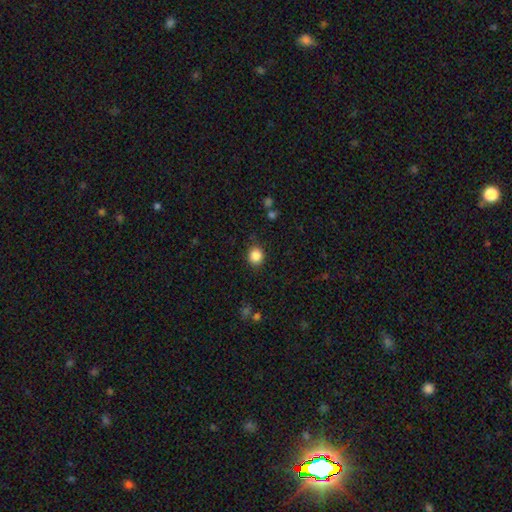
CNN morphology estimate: Smooth or featured? Predicted: smooth (p=0.86). How rounded? Predicted: round (p=0.85). Merging? Predicted: none (p=0.88).